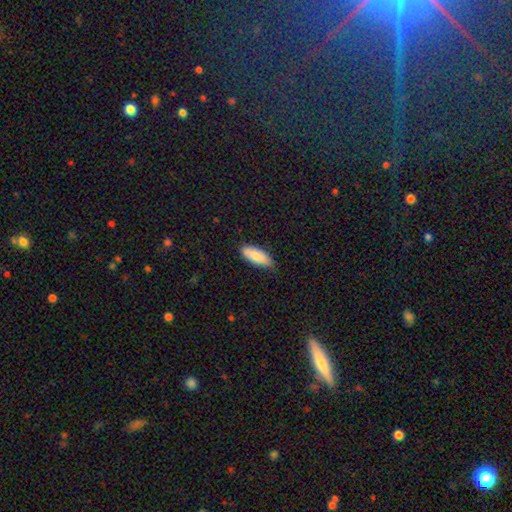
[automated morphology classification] A smooth galaxy with no disk features (83%) that is in between round and cigar-shaped (77%).

Vote fractions:
- Smooth or featured? smooth: 83% / featured or disk: 11% / star or artifact: 6%
- How rounded? in between: 77% / cigar-shaped: 22% / round: 2%
- Merging? none: 78% / minor disturbance: 19% / major disturbance: 3% / merger: 1%